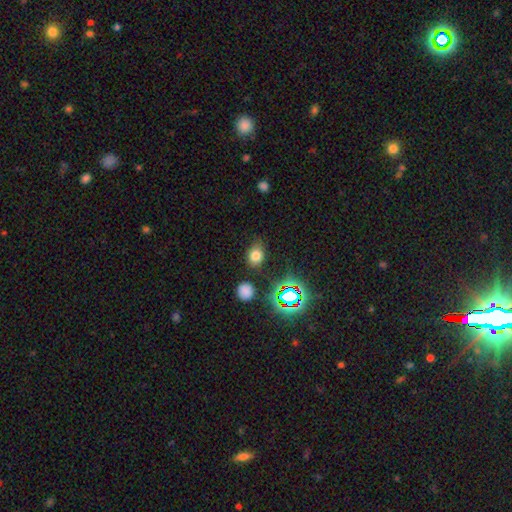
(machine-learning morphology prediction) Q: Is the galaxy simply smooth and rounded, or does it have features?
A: smooth — 73%.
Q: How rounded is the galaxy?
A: in between — 57%.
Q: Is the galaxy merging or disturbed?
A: none — 76%.